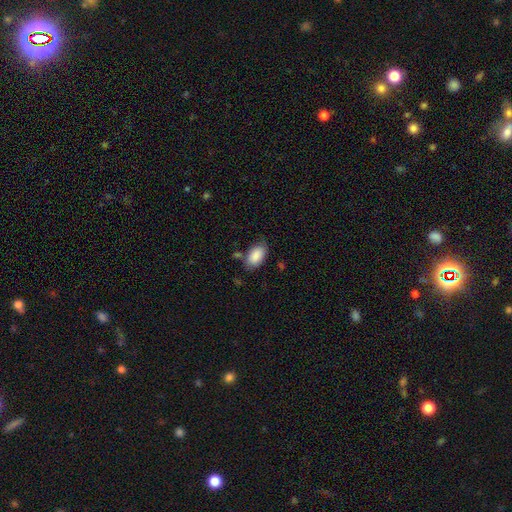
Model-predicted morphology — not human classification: smooth 87%, featured or disk 6%, star or artifact 6%. Down the decision tree: how rounded — in between (94%); merging — none (68%).